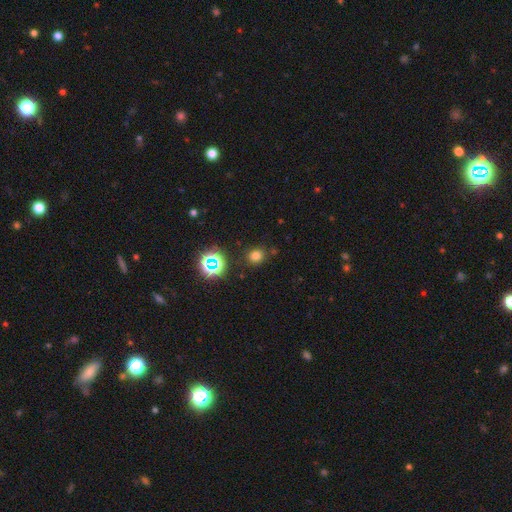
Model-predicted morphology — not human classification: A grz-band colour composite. It shows a smooth galaxy with no disk features (71%) that is round (81%). Merging: none (84%).